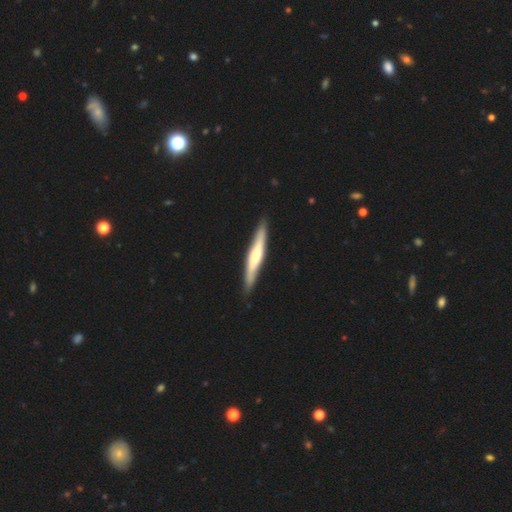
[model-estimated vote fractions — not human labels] Morphology: type=featured or disk (54%); edge-on=yes (91%); merging=none (88%).